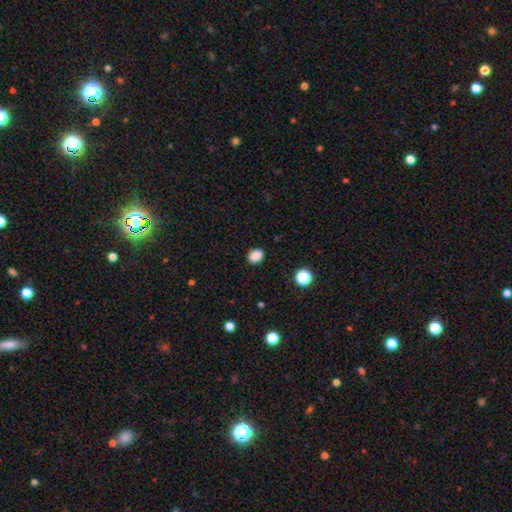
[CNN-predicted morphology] Smooth or featured: smooth — 86% (star or artifact — 11%)
How rounded: in between — 51% (round — 48%)
Merging: none — 88% (minor disturbance — 9%)